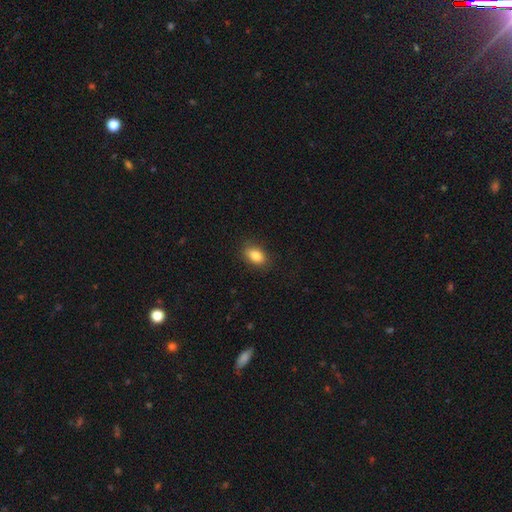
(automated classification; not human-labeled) Morphology: type=smooth (84%); roundness=in between (84%); merging=none (85%).